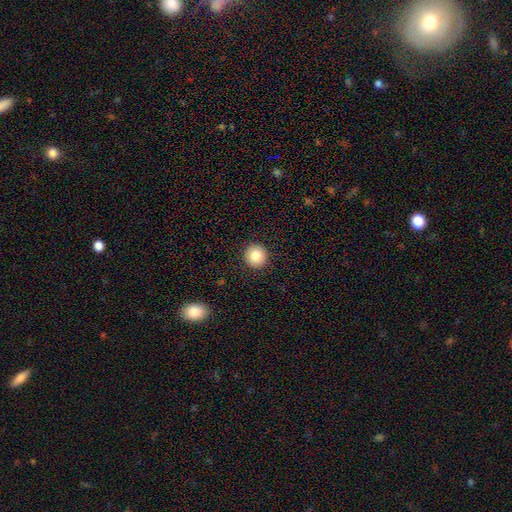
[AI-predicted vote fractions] The model was most divided on "smooth or featured": smooth: 84%, star or artifact: 9%, featured or disk: 7%. More confident: how rounded — round (93%); merging — none (92%).